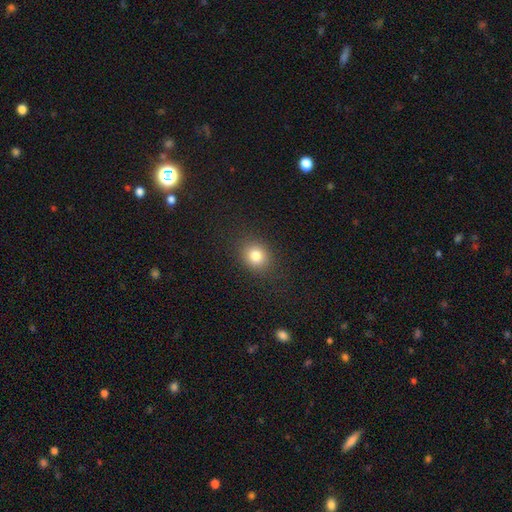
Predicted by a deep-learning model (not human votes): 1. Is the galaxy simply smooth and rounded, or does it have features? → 81% smooth, 12% star or artifact, 7% featured or disk.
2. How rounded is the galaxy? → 68% round, 31% in between, 1% cigar-shaped.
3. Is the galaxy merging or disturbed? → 86% none, 9% minor disturbance, 4% major disturbance, 1% merger.